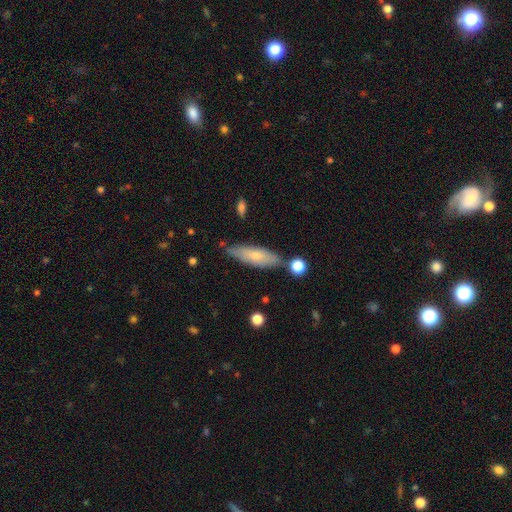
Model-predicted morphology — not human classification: smooth-or-featured: smooth: 68% | featured or disk: 26% | star or artifact: 6%
  how-rounded: cigar-shaped: 52% | in between: 46% | round: 2%
  merging: none: 73% | minor disturbance: 17% | merger: 6% | major disturbance: 3%